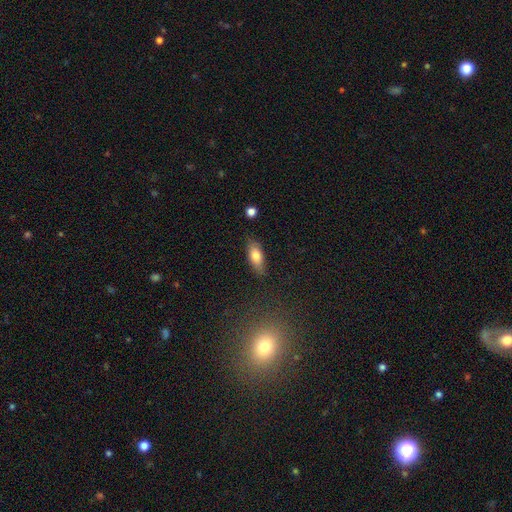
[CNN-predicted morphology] A smooth galaxy with no disk features (77%) that is in between round and cigar-shaped (77%). Merging: none (82%).